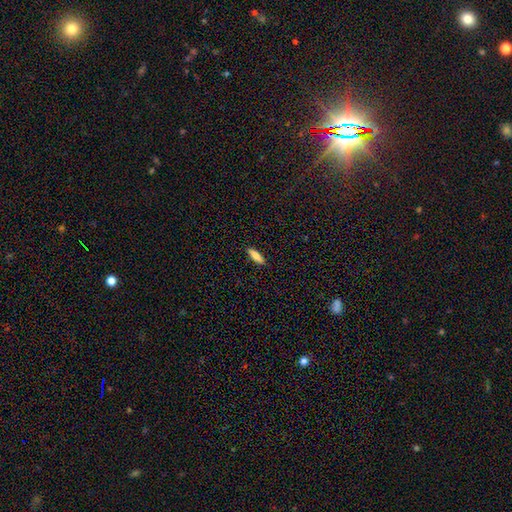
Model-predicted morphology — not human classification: This is likely a smooth galaxy (75%). How rounded: possibly cigar-shaped (50%). Merging: clearly none (90%).